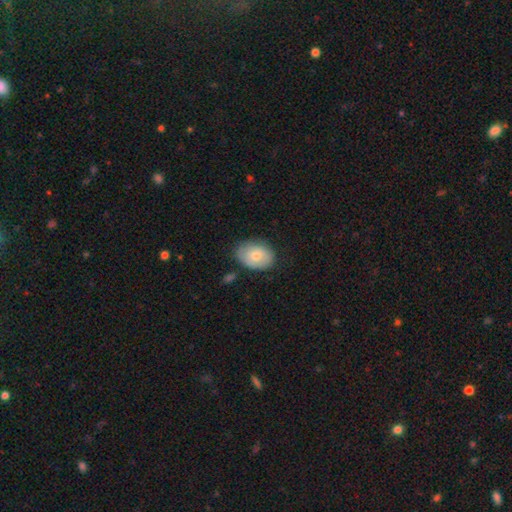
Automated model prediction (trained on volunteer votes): This is likely a smooth galaxy (69%). How rounded: likely in between (73%). Merging: likely none (73%).